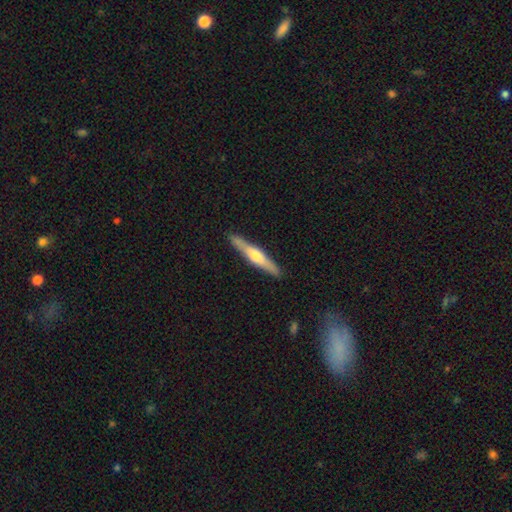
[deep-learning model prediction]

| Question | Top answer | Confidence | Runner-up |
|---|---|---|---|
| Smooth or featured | featured or disk | 61% | smooth (34%) |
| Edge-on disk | yes | 96% | no (4%) |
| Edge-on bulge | rounded | 89% | boxy (6%) |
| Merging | none | 90% | minor disturbance (7%) |